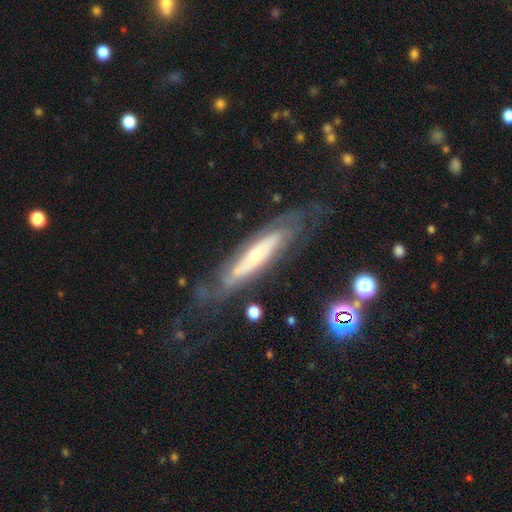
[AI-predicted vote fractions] smooth_or_featured: featured or disk (p=0.73) [alt: smooth p=0.20]
disk_edge_on: no (p=0.61) [alt: yes p=0.39]
merging: none (p=0.65) [alt: minor disturbance p=0.20]